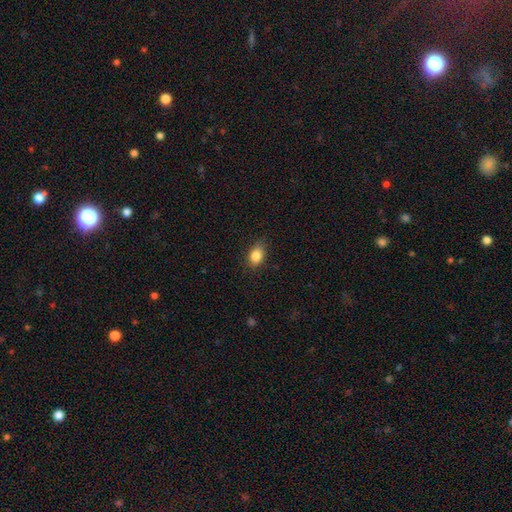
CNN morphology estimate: smooth_or_featured: smooth (p=0.85) [alt: star or artifact p=0.09]
how_rounded: in between (p=0.79) [alt: round p=0.19]
merging: none (p=0.81) [alt: minor disturbance p=0.15]